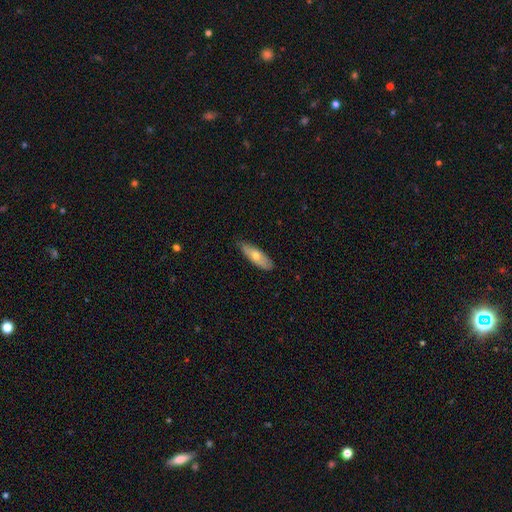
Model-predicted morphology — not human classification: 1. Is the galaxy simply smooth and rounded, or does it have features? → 58% smooth, 37% featured or disk, 6% star or artifact.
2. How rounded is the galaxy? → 58% in between, 40% cigar-shaped, 2% round.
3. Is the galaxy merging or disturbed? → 78% none, 18% minor disturbance, 3% major disturbance, 1% merger.